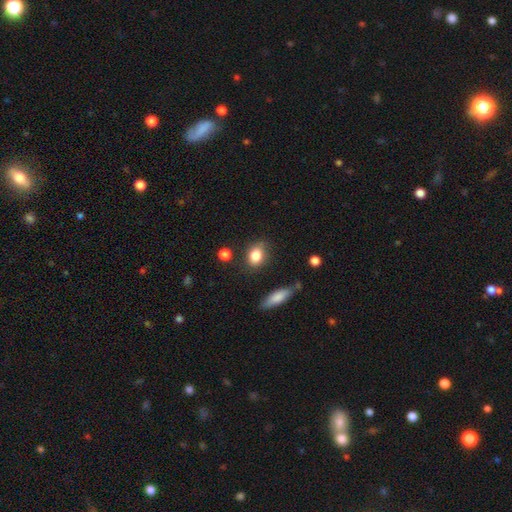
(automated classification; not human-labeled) Smooth or featured: smooth — 84% (star or artifact — 9%)
How rounded: in between — 65% (round — 33%)
Merging: none — 72% (minor disturbance — 20%)